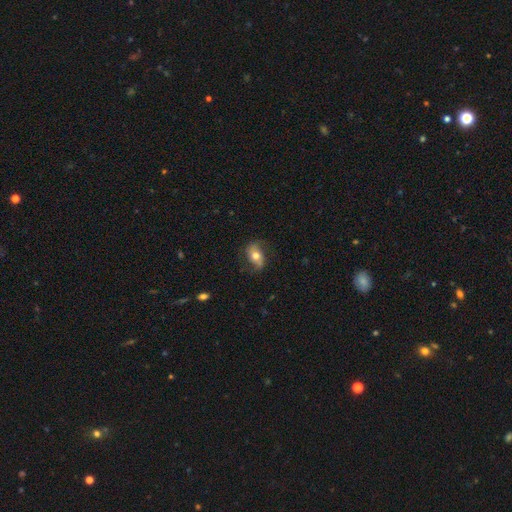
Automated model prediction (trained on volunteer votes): A smooth galaxy with no disk features (49%).

Vote fractions:
- Smooth or featured? smooth: 49% / featured or disk: 43% / star or artifact: 8%
- Merging? none: 70% / minor disturbance: 20% / major disturbance: 8% / merger: 1%